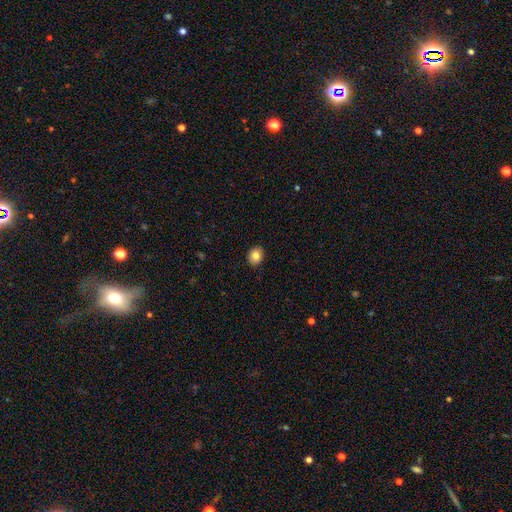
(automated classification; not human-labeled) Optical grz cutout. It shows a smooth galaxy with no disk features (83%) that is round (53%). Merging: none (90%).